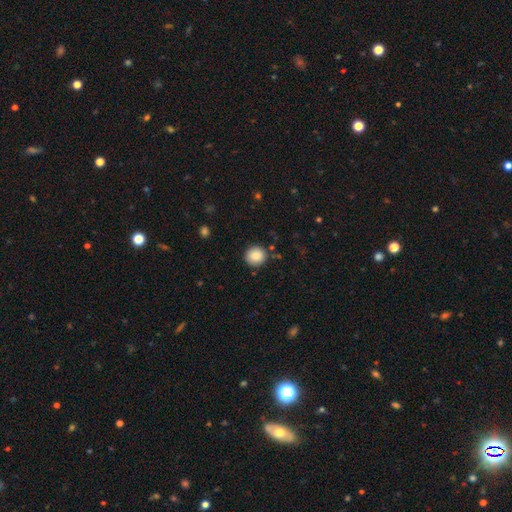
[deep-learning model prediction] Q: Smooth or featured?
A: smooth (87%); runner-up: star or artifact (9%)
Q: How rounded?
A: round (90%); runner-up: in between (9%)
Q: Merging?
A: none (88%); runner-up: minor disturbance (8%)